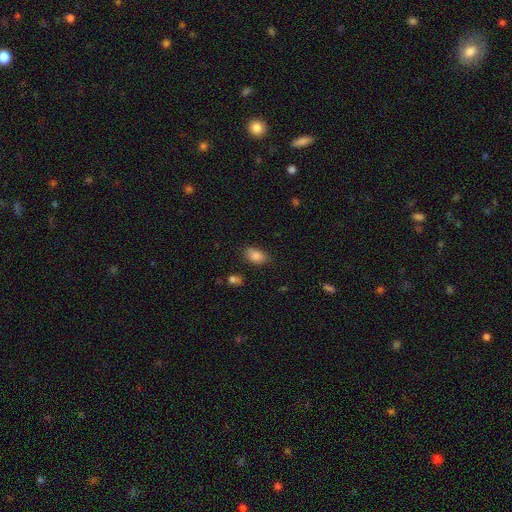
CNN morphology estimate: This appears to be a smooth galaxy with no disk features (85%) that is in between round and cigar-shaped (89%). Merging: none (79%).